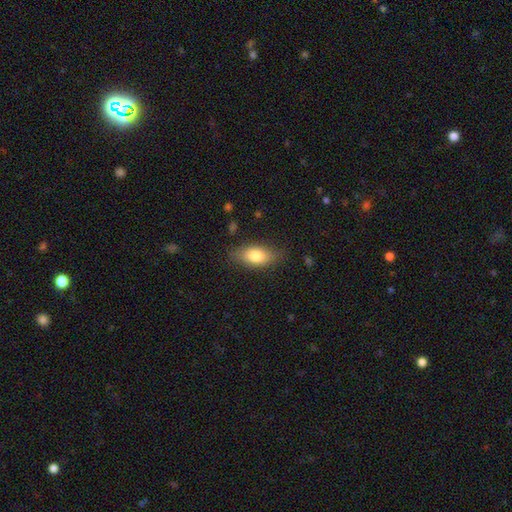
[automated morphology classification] This appears to be a smooth galaxy with no disk features (78%) that is in between round and cigar-shaped (86%). Merging: none (79%).